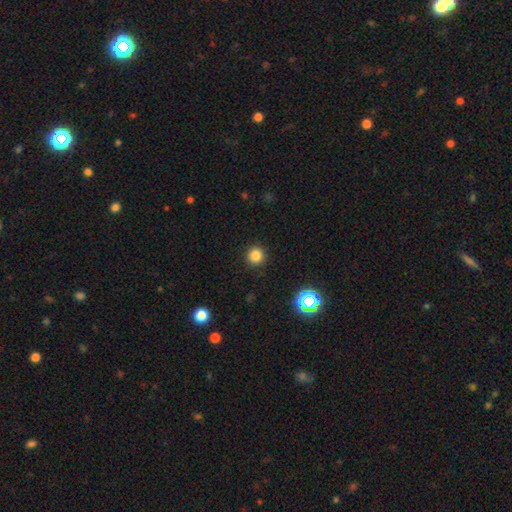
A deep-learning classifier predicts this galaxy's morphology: This appears to be a smooth galaxy with no disk features (81%) that is round (95%). Merging: none (92%).